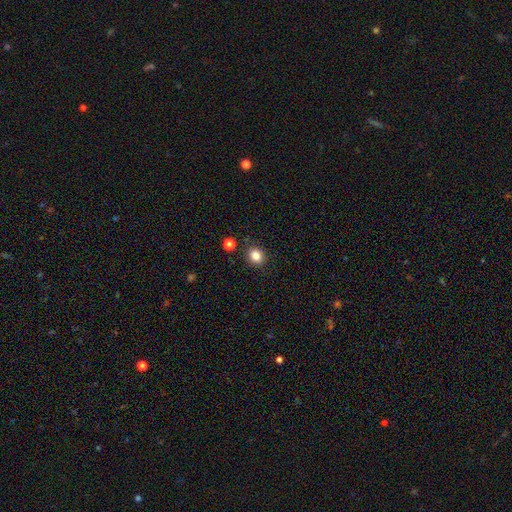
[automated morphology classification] smooth 84%, star or artifact 11%, featured or disk 5%. Down the decision tree: how rounded — round (71%); merging — none (87%).